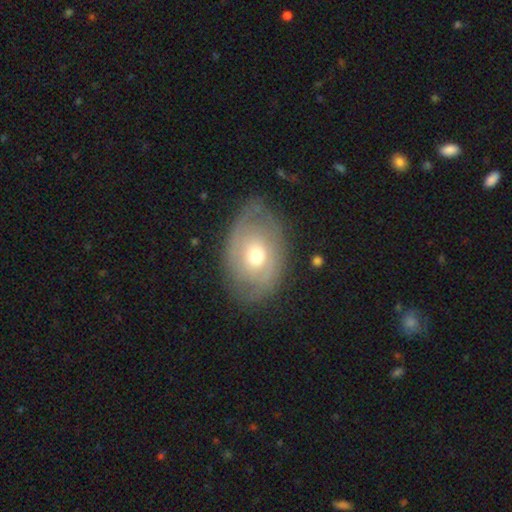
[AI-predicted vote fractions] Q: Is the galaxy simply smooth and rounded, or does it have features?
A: featured or disk — 60%.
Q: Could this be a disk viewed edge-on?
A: no — 93%.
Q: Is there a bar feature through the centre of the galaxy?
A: no — 78%.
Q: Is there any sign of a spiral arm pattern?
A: yes — 64%.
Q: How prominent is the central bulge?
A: moderate — 71%.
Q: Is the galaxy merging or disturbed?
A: none — 74%.